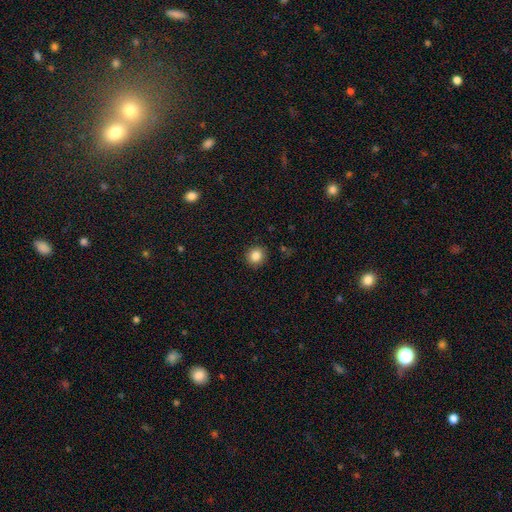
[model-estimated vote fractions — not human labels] Smooth or featured? smooth (85%)
How rounded? round (86%)
Merging? none (90%)